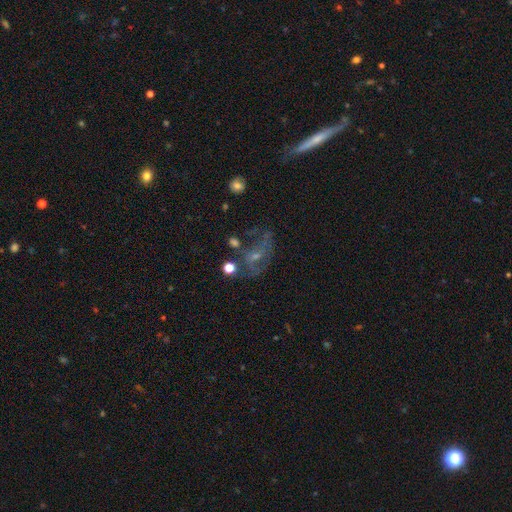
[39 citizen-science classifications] Smooth or featured: featured or disk — 59% (smooth — 33%)
Edge-on disk: no — 91% (yes — 9%)
Bar: no — 62% (weak — 38%)
Spiral arms: yes — 52% (no — 48%)
Spiral winding: loose — 82% (tight — 9%)
Spiral arm count: 2 — 45% (tied with can't tell — 45%)
Bulge size: small — 71% (none — 24%)
Merging: major disturbance — 44% (minor disturbance — 25%)